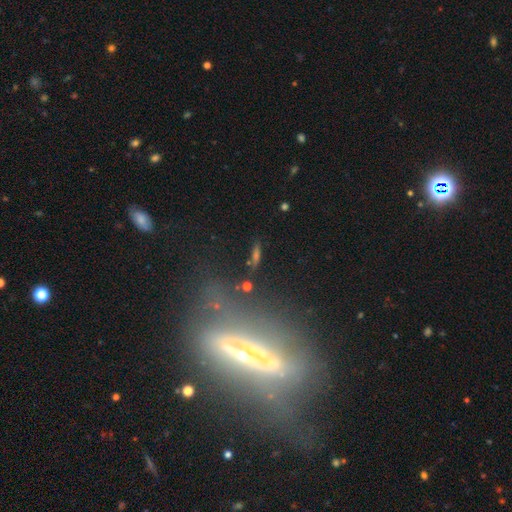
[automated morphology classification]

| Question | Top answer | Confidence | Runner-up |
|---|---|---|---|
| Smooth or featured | smooth | 38% | featured or disk (37%) |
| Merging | none | 71% | minor disturbance (14%) |